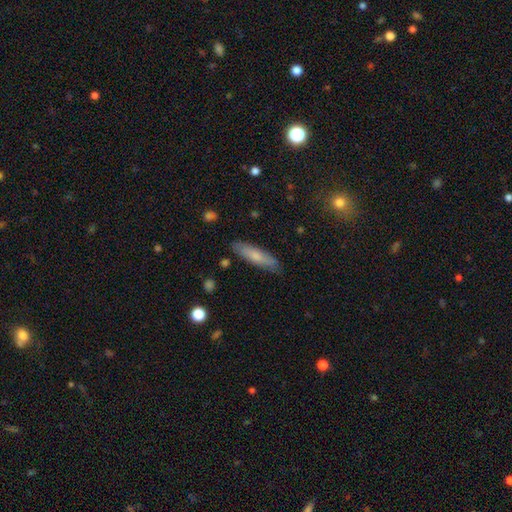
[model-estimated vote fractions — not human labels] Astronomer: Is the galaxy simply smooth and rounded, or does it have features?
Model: smooth — 70%.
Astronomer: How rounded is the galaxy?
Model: cigar-shaped — 75%.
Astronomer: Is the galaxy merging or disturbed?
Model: none — 85%.